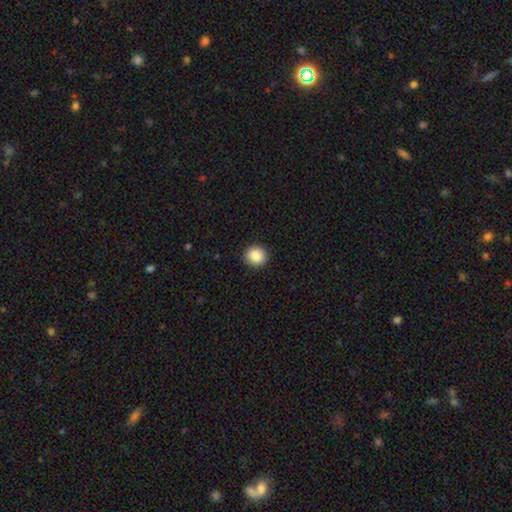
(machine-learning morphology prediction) Q: Smooth or featured?
A: smooth (88%); runner-up: star or artifact (9%)
Q: How rounded?
A: round (93%); runner-up: in between (6%)
Q: Merging?
A: none (93%); runner-up: minor disturbance (5%)